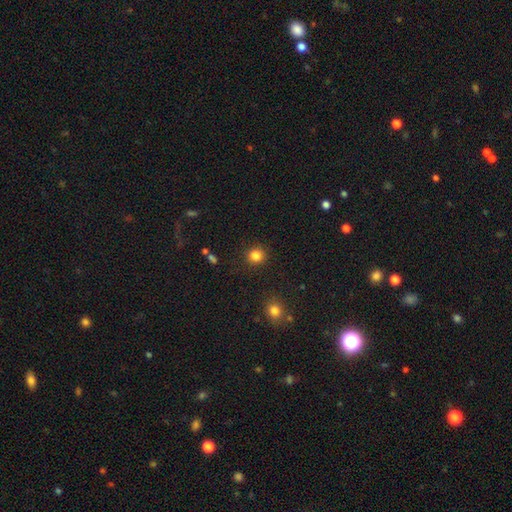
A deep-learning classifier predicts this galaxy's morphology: Smooth or featured? Predicted: smooth (p=0.84). How rounded? Predicted: round (p=0.90). Merging? Predicted: none (p=0.90).